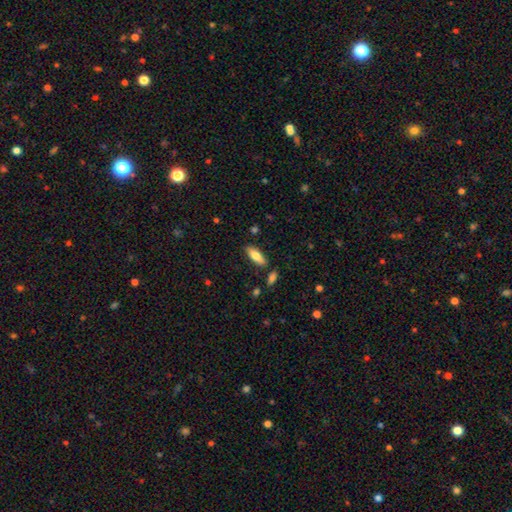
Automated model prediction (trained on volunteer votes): Morphology: type=smooth (75%); roundness=in between (69%); merging=none (83%).